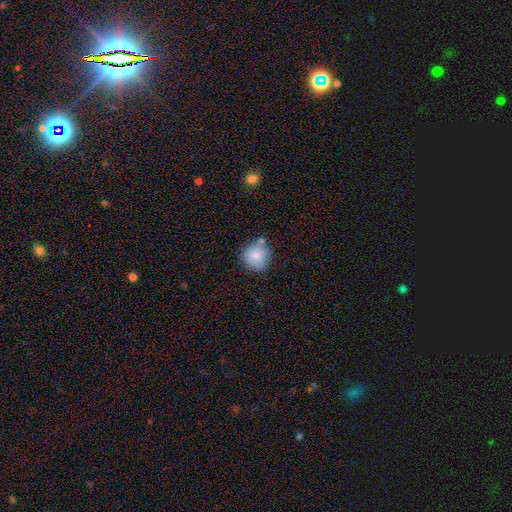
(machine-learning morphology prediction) A smooth galaxy with no disk features (82%) that is round (89%).

Vote fractions:
- Smooth or featured? smooth: 82% / featured or disk: 10% / star or artifact: 8%
- How rounded? round: 89% / in between: 10% / cigar-shaped: 1%
- Merging? none: 68% / minor disturbance: 19% / merger: 9% / major disturbance: 4%